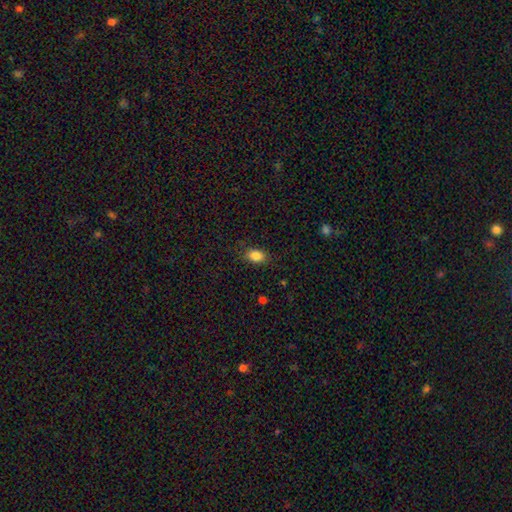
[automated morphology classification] This appears to be a smooth galaxy with no disk features (85%) that is in between round and cigar-shaped (81%). Merging: none (84%).